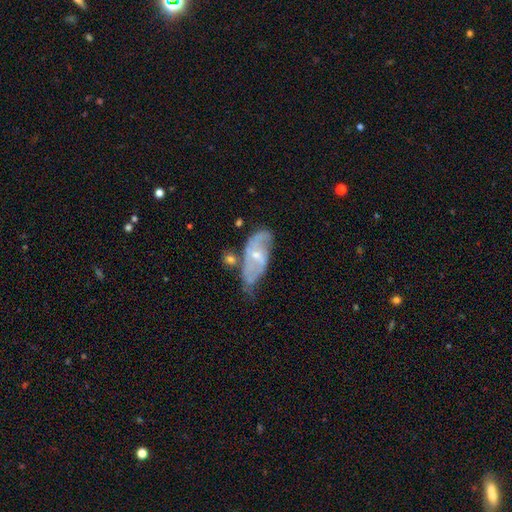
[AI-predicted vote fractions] A featured or disk galaxy (71%) with a weak bar (46%), 2 (61%) medium (43%) spiral arms (77%) and a small central bulge (64%). Merging: none (40%).